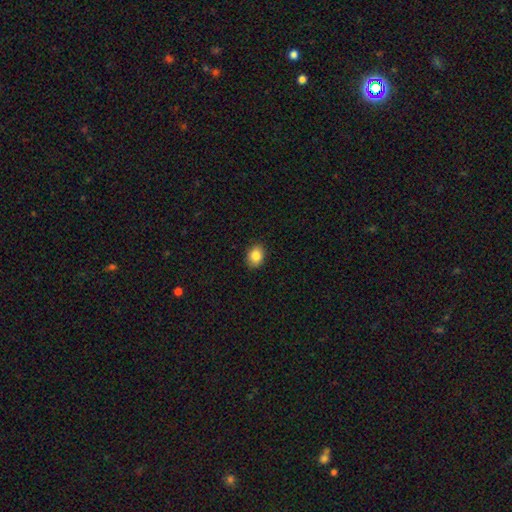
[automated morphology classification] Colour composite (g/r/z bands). It shows a smooth galaxy with no disk features (86%) that is in between round and cigar-shaped (62%). Merging: none (88%).